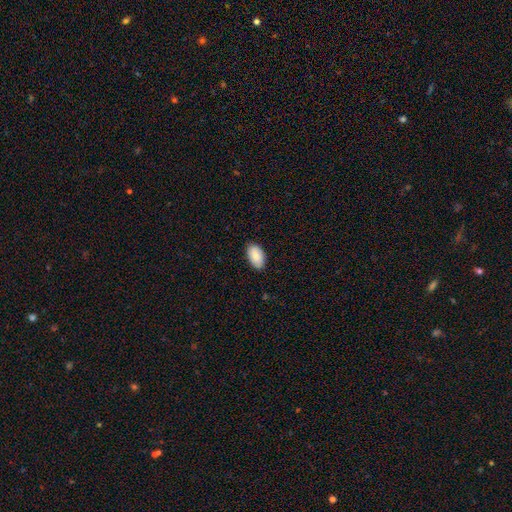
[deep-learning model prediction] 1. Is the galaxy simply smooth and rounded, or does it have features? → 88% smooth, 6% star or artifact, 6% featured or disk.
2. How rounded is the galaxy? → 95% in between, 4% round, 1% cigar-shaped.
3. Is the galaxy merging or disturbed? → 87% none, 11% minor disturbance, 2% major disturbance, 1% merger.